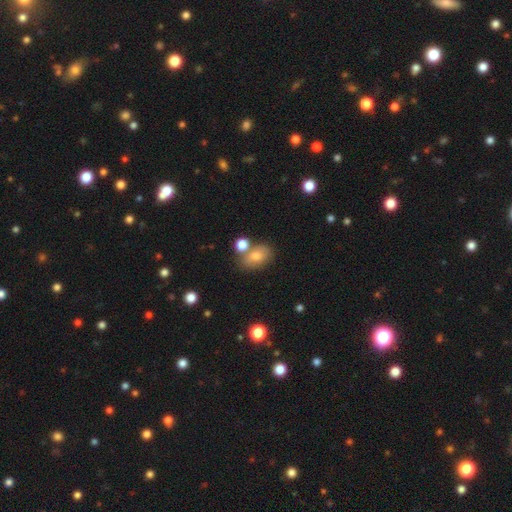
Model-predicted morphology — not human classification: This appears to be a smooth galaxy with no disk features (76%) that is in between round and cigar-shaped (79%). Merging: none (63%).